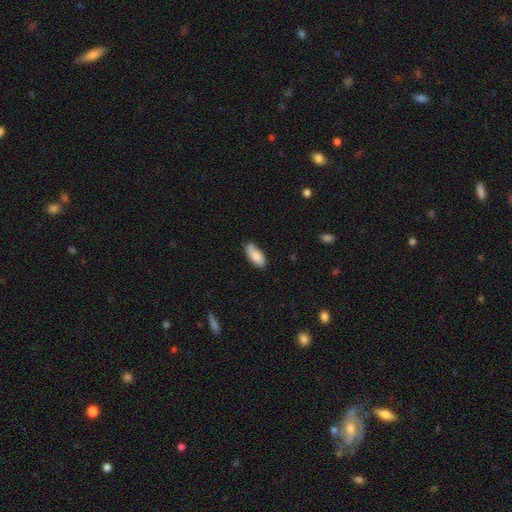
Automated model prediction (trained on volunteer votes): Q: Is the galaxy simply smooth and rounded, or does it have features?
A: smooth — 84%.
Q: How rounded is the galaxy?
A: in between — 85%.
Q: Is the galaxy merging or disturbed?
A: none — 75%.